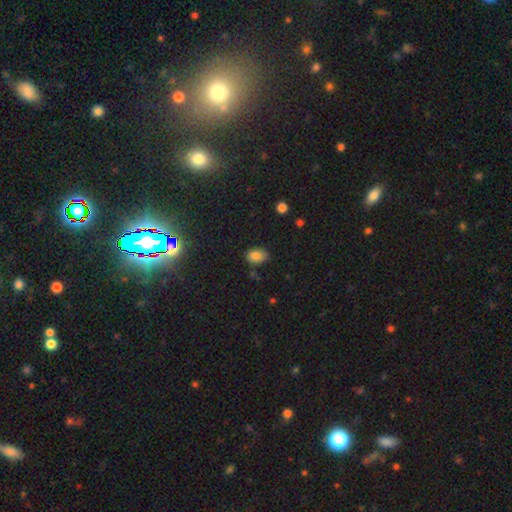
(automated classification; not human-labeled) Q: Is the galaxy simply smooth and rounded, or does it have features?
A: smooth — 80%.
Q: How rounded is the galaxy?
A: in between — 83%.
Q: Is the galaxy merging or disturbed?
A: none — 72%.